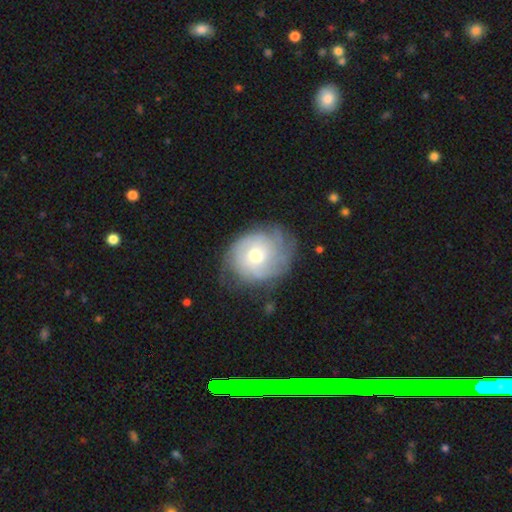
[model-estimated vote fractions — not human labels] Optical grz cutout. It shows a featured or disk galaxy (65%) with no bar (75%), tight (63%) spiral arms (84%) and a moderate central bulge (63%). Merging: none (64%).